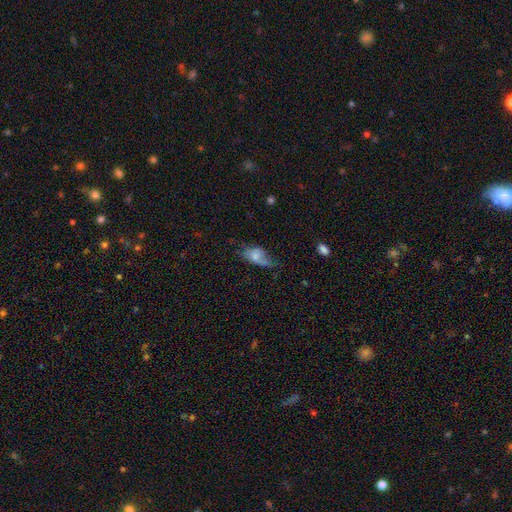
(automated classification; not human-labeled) smooth 62%, featured or disk 29%, star or artifact 9%. Down the decision tree: how rounded — in between (87%); merging — minor disturbance (34%).